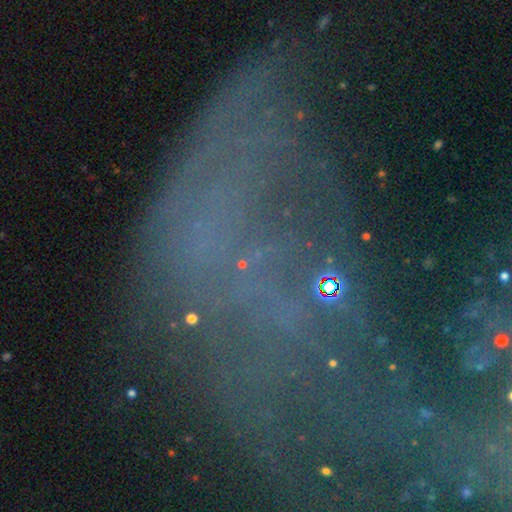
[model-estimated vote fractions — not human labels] A star or artifact, not a galaxy (58%).